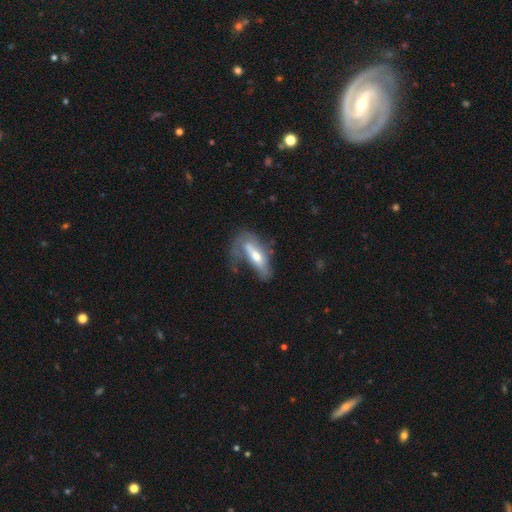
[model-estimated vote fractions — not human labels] Smooth or featured? featured or disk (51%)
Edge-on disk? no (65%)
Merging? major disturbance (37%)